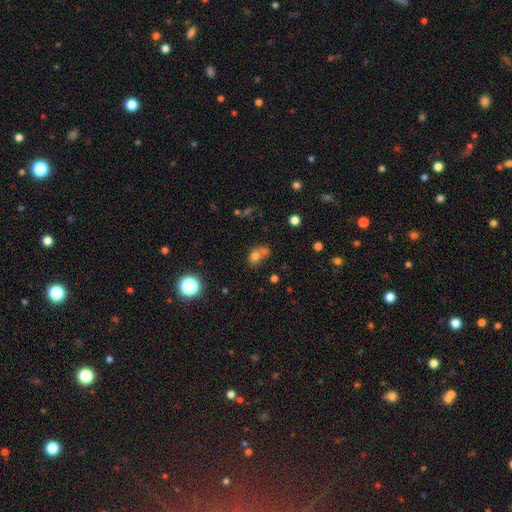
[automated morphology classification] Overall: smooth (70%). How rounded: in between (55%; round 43%). Merging: merger (47%; none 31%).